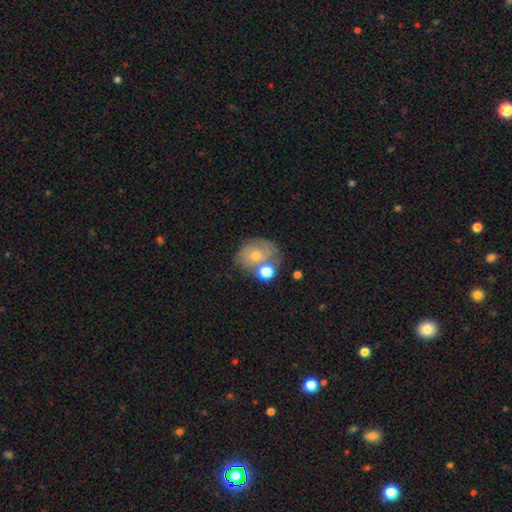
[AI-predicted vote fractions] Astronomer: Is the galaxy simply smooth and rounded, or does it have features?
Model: smooth — 55% (runner-up: featured or disk, 32%).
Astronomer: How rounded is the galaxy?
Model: round — 54% (runner-up: in between, 45%).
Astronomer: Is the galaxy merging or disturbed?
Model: none — 47% (runner-up: merger, 26%).